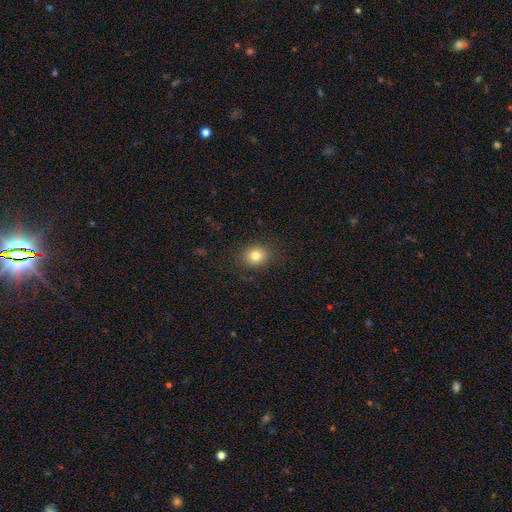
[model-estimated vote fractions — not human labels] This appears to be a smooth galaxy with no disk features (81%) that is round (72%). Merging: none (88%).